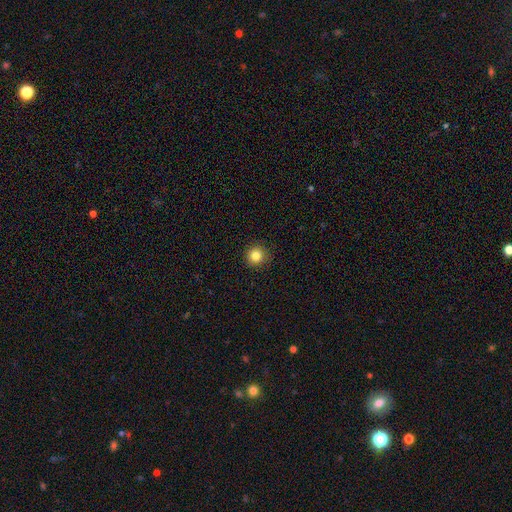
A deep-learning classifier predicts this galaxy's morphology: Smooth or featured: smooth — 83% (star or artifact — 12%)
How rounded: round — 95% (in between — 4%)
Merging: none — 92% (minor disturbance — 5%)